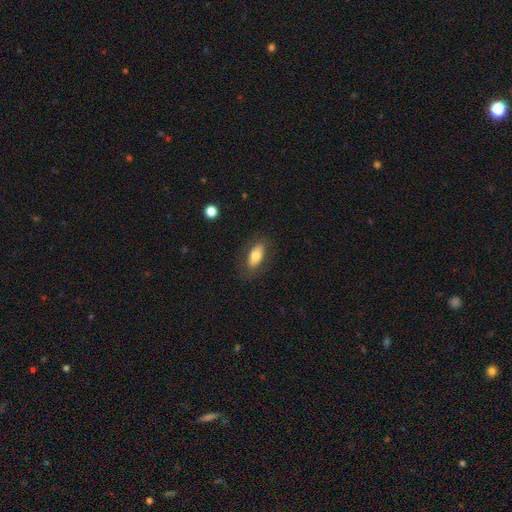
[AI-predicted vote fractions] Smooth or featured? Predicted: smooth (p=0.72). How rounded? Predicted: in between (p=0.86). Merging? Predicted: none (p=0.81).